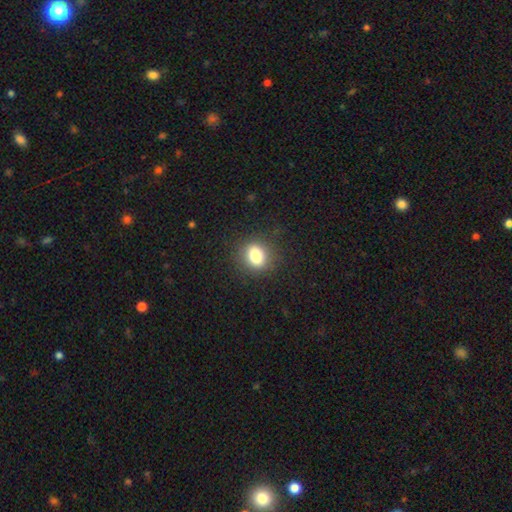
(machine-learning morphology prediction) type=smooth (82%); roundness=in between (53%); merging=none (87%).